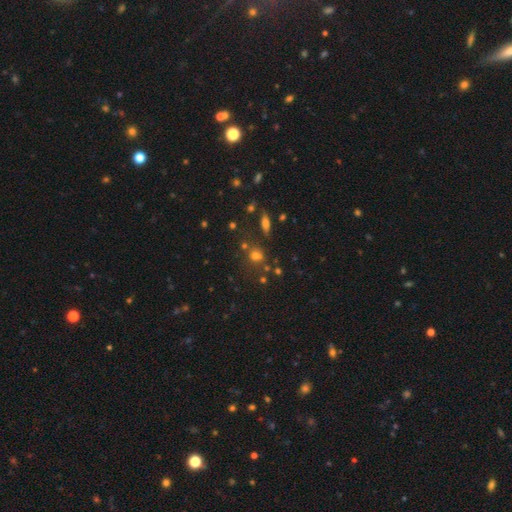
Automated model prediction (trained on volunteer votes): smooth_or_featured: smooth (p=0.64) [alt: star or artifact p=0.24]
how_rounded: round (p=0.70) [alt: in between p=0.28]
merging: none (p=0.64) [alt: merger p=0.17]